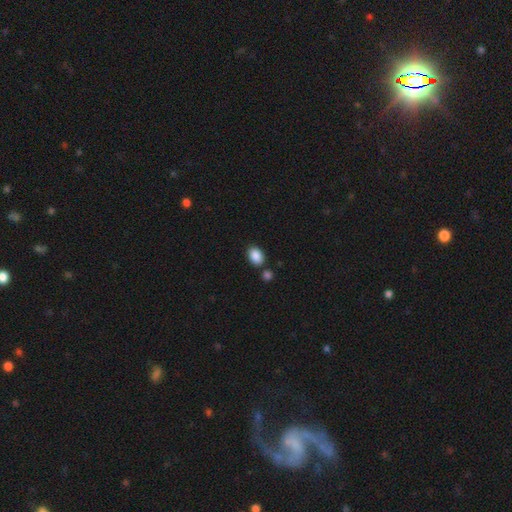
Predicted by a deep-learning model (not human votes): Q: Smooth or featured?
A: smooth (88%); runner-up: star or artifact (8%)
Q: How rounded?
A: in between (78%); runner-up: round (21%)
Q: Merging?
A: none (76%); runner-up: merger (11%)